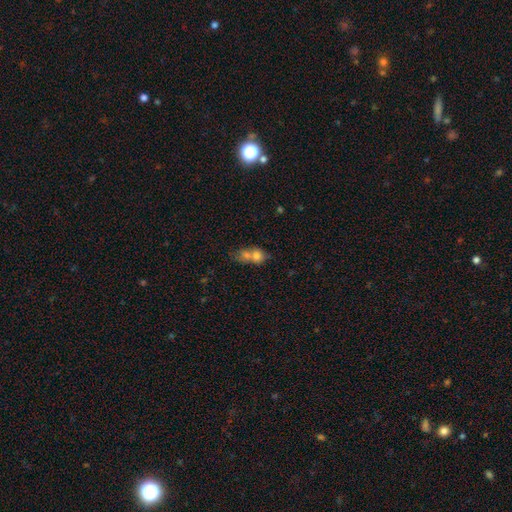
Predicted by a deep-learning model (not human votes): Q: Smooth or featured?
A: smooth (67%); runner-up: featured or disk (21%)
Q: How rounded?
A: round (55%); runner-up: in between (41%)
Q: Merging?
A: merger (67%); runner-up: none (21%)